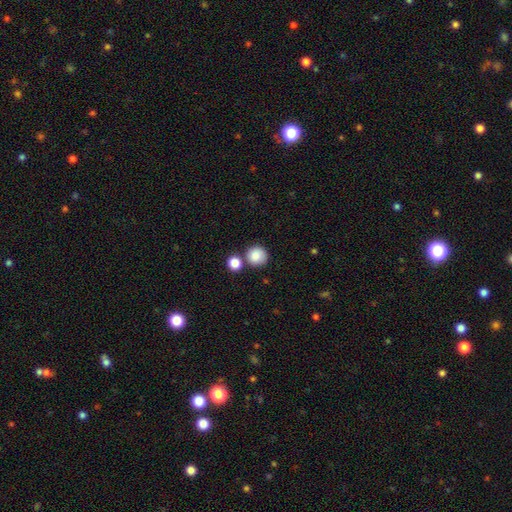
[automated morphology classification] This appears to be a smooth galaxy with no disk features (85%) that is round (92%). Merging: none (71%).